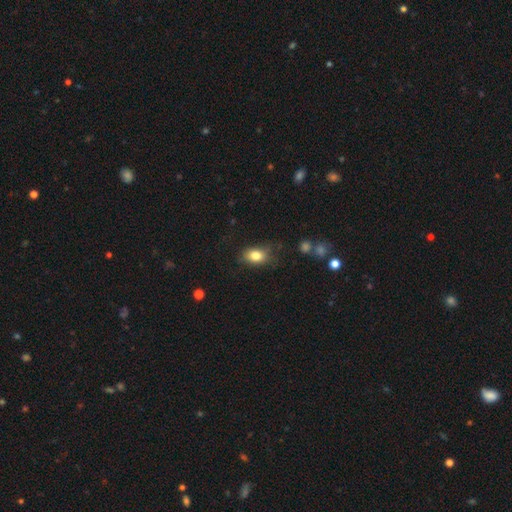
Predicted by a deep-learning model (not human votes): Smooth or featured: smooth — 82% (featured or disk — 9%)
How rounded: in between — 79% (round — 19%)
Merging: none — 73% (minor disturbance — 20%)